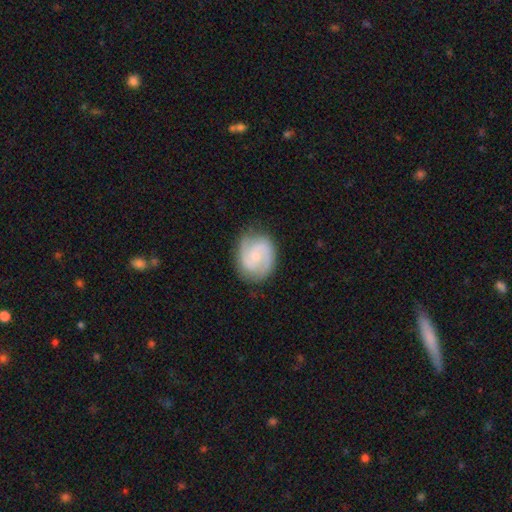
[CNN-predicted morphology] Smooth or featured? featured or disk (79%)
Edge-on disk? no (98%)
Bar? no (56%)
Spiral arms? yes (96%)
Spiral winding? medium (48%)
Spiral arm count? 2 (85%)
Bulge size? small (63%)
Merging? none (81%)